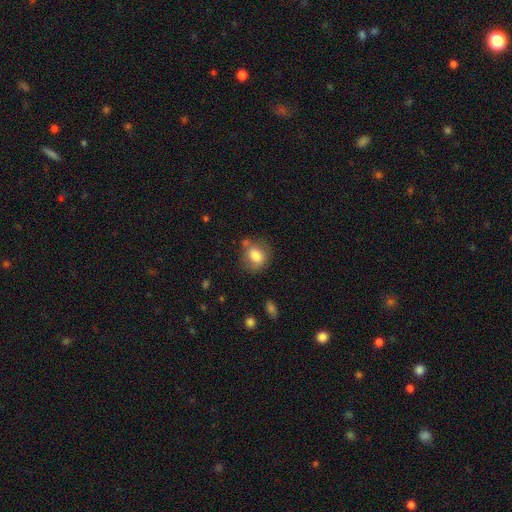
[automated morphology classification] Smooth or featured? smooth (79%)
How rounded? round (58%)
Merging? none (64%)